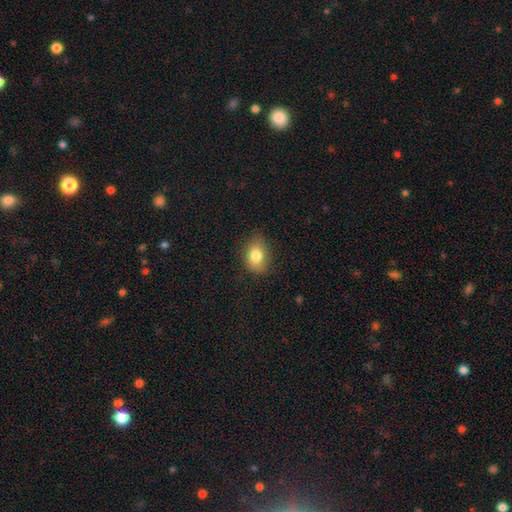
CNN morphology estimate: Smooth or featured?
  - smooth: 82% *
  - star or artifact: 9%
  - featured or disk: 9%
How rounded?
  - in between: 71% *
  - round: 27%
  - cigar-shaped: 1%
Merging?
  - none: 77% *
  - minor disturbance: 18%
  - major disturbance: 4%
  - merger: 1%